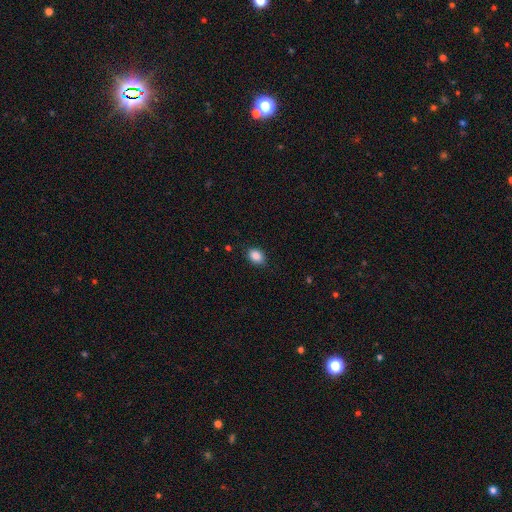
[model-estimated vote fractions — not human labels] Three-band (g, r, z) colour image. It shows a smooth galaxy with no disk features (88%) that is in between round and cigar-shaped (69%). Merging: none (87%).